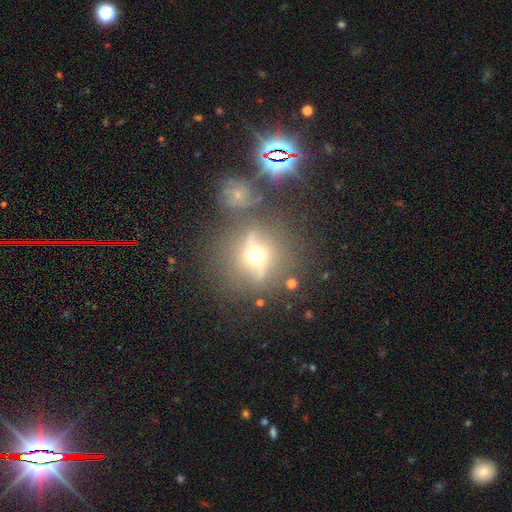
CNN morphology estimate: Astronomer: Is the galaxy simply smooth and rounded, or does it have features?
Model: featured or disk — 50% (runner-up: smooth, 29%).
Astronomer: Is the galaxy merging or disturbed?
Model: none — 68%.